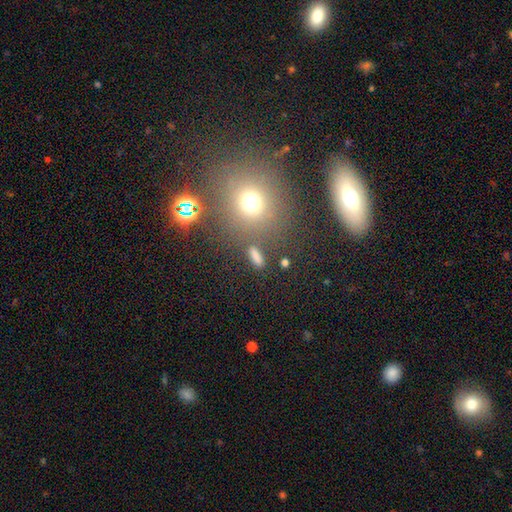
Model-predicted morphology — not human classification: Overall: smooth (53%; star or artifact 34%). How rounded: round (51%; in between 39%). Merging: none (75%).